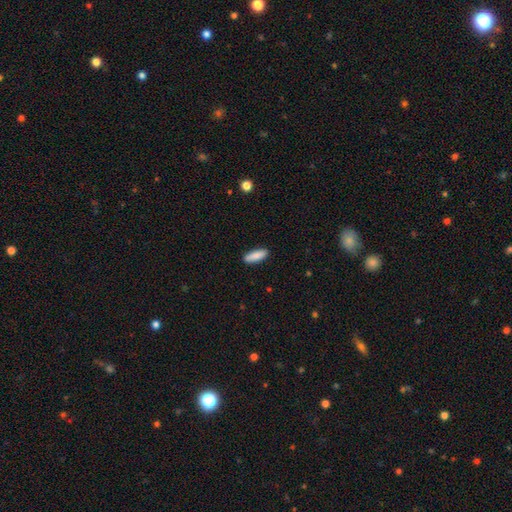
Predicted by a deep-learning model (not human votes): smooth_or_featured: smooth (p=0.87) [alt: featured or disk p=0.07]
how_rounded: in between (p=0.52) [alt: cigar-shaped p=0.46]
merging: none (p=0.89) [alt: minor disturbance p=0.09]